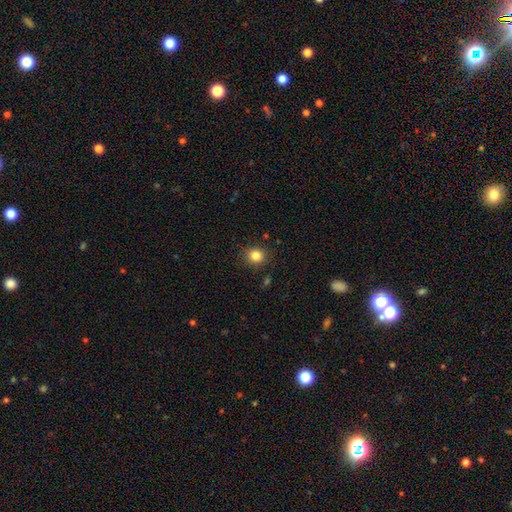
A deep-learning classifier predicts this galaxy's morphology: A smooth galaxy with no disk features (84%) that is round (82%).

Vote fractions:
- Smooth or featured? smooth: 84% / star or artifact: 11% / featured or disk: 5%
- How rounded? round: 82% / in between: 17% / cigar-shaped: 1%
- Merging? none: 88% / minor disturbance: 9% / major disturbance: 2% / merger: 2%